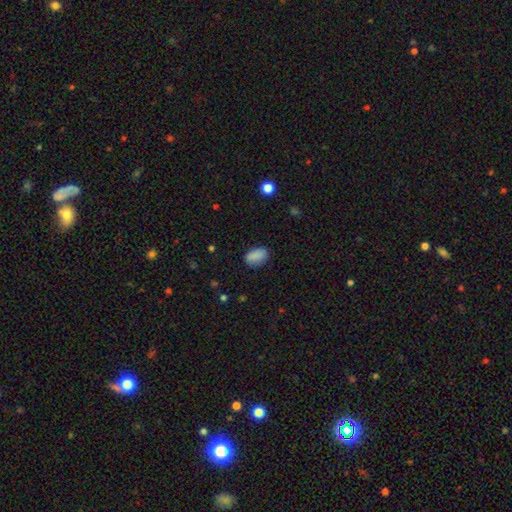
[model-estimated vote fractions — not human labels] Morphology: type=smooth (87%); roundness=in between (88%); merging=none (80%).